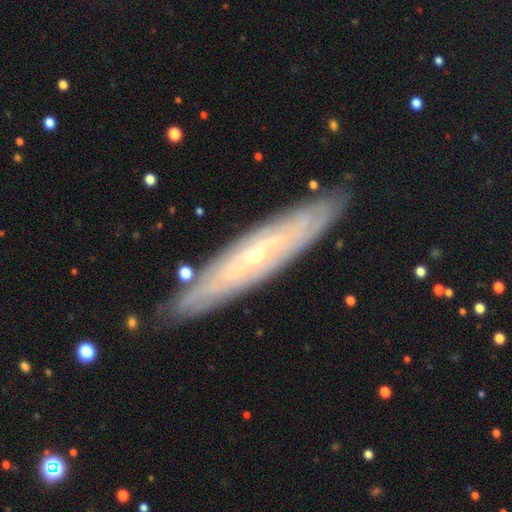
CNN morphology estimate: smooth_or_featured: featured or disk (p=0.78) [alt: smooth p=0.16]
disk_edge_on: no (p=0.55) [alt: yes p=0.45]
merging: none (p=0.86) [alt: minor disturbance p=0.10]